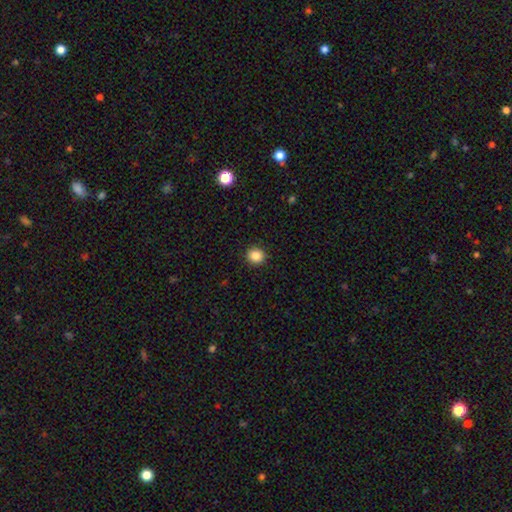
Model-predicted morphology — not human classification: The model was most divided on "smooth or featured": smooth: 85%, star or artifact: 11%, featured or disk: 4%. More confident: merging — none (92%); how rounded — round (90%).